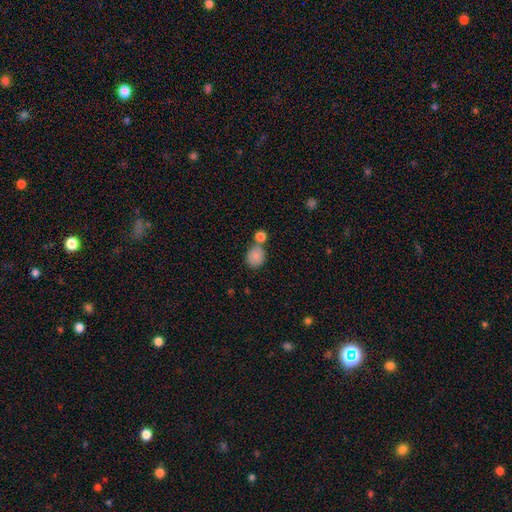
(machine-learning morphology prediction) Smooth or featured? smooth (82%)
How rounded? round (70%)
Merging? none (56%)